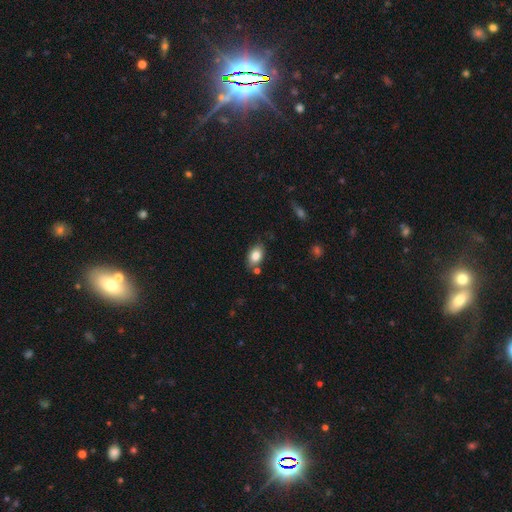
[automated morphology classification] Q: Smooth or featured?
A: smooth (82%); runner-up: featured or disk (10%)
Q: How rounded?
A: in between (87%); runner-up: round (11%)
Q: Merging?
A: none (76%); runner-up: minor disturbance (14%)